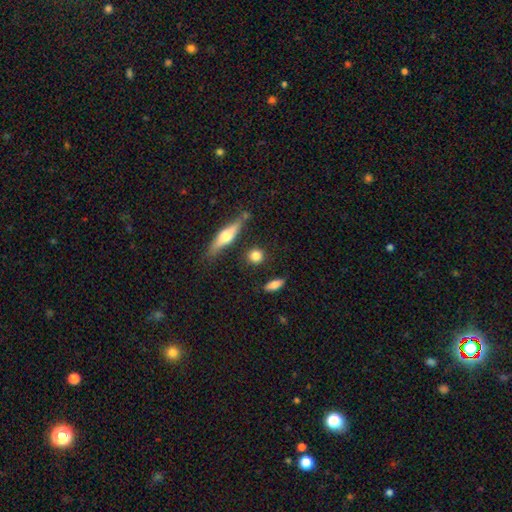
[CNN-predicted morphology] Smooth or featured? smooth (77%)
How rounded? round (74%)
Merging? none (82%)